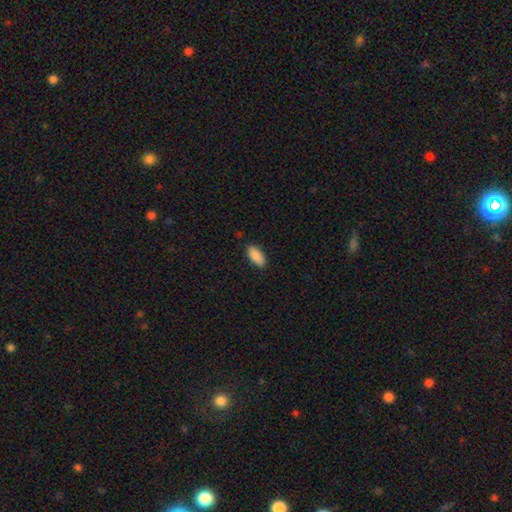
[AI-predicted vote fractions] smooth-or-featured: smooth: 90% | star or artifact: 6% | featured or disk: 4%
  how-rounded: in between: 90% | cigar-shaped: 8% | round: 2%
  merging: none: 88% | minor disturbance: 9% | major disturbance: 2% | merger: 1%